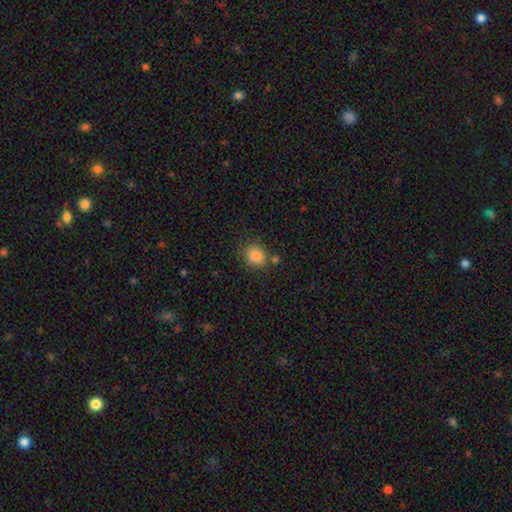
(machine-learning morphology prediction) smooth_or_featured: smooth (p=0.85) [alt: star or artifact p=0.10]
how_rounded: round (p=0.69) [alt: in between p=0.30]
merging: none (p=0.71) [alt: minor disturbance p=0.15]